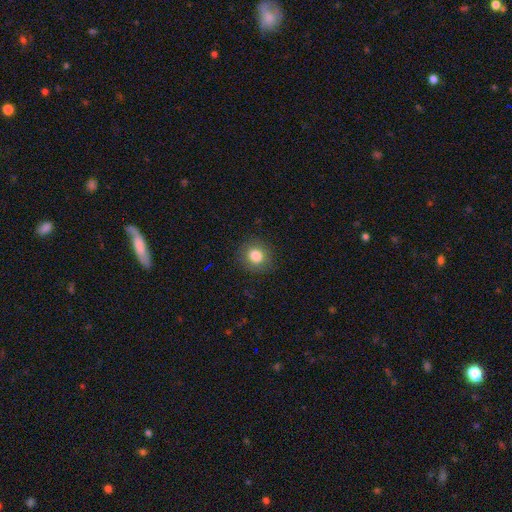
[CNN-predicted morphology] This is clearly a smooth galaxy (83%). How rounded: clearly round (84%). Merging: clearly none (88%).